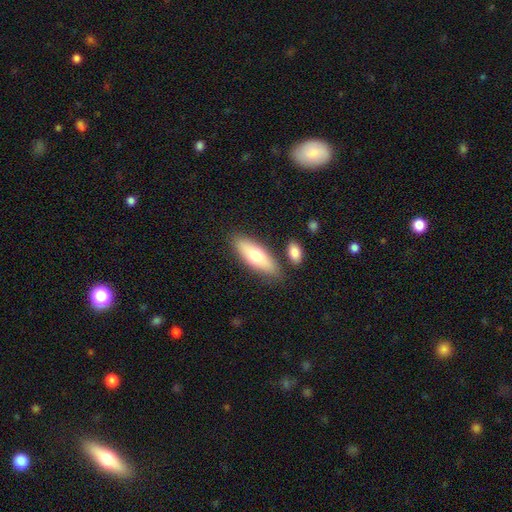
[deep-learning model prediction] This appears to be a smooth galaxy with no disk features (68%) that is in between round and cigar-shaped (62%). Merging: none (79%).